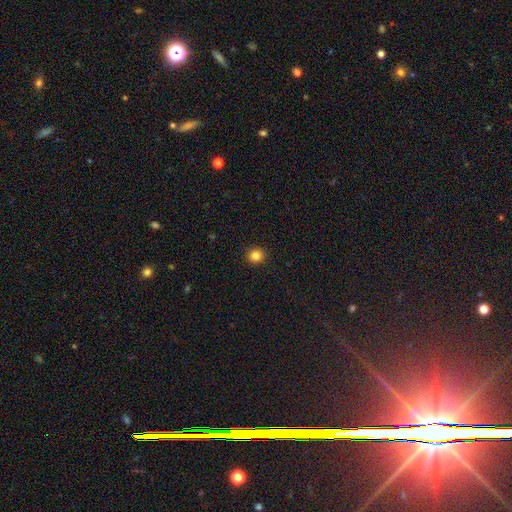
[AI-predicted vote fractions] smooth_or_featured: smooth (p=0.84) [alt: star or artifact p=0.11]
how_rounded: round (p=0.85) [alt: in between p=0.14]
merging: none (p=0.92) [alt: minor disturbance p=0.05]